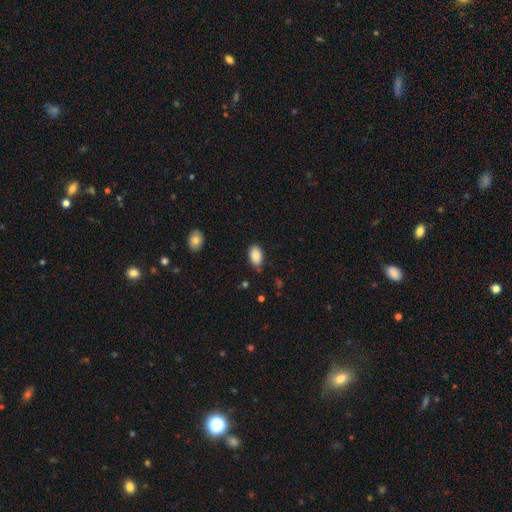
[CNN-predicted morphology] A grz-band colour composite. It shows a smooth galaxy with no disk features (88%) that is in between round and cigar-shaped (93%). Merging: none (81%).